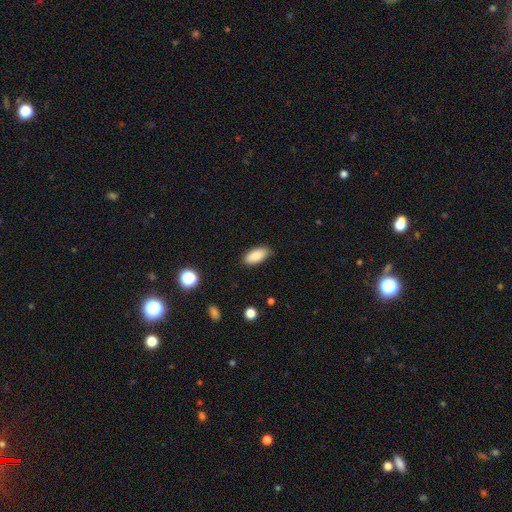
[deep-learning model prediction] Smooth or featured?
  - smooth: 87% *
  - star or artifact: 7%
  - featured or disk: 5%
How rounded?
  - in between: 89% *
  - cigar-shaped: 8%
  - round: 2%
Merging?
  - none: 82% *
  - minor disturbance: 14%
  - major disturbance: 2%
  - merger: 1%